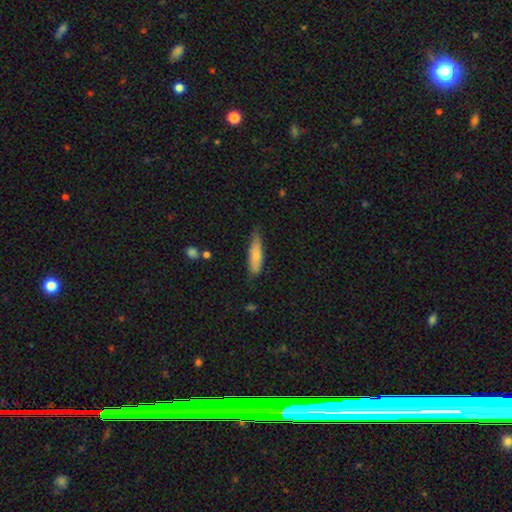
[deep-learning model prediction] smooth_or_featured: smooth (p=0.73) [alt: featured or disk p=0.22]
how_rounded: cigar-shaped (p=0.59) [alt: in between p=0.39]
merging: none (p=0.60) [alt: minor disturbance p=0.33]